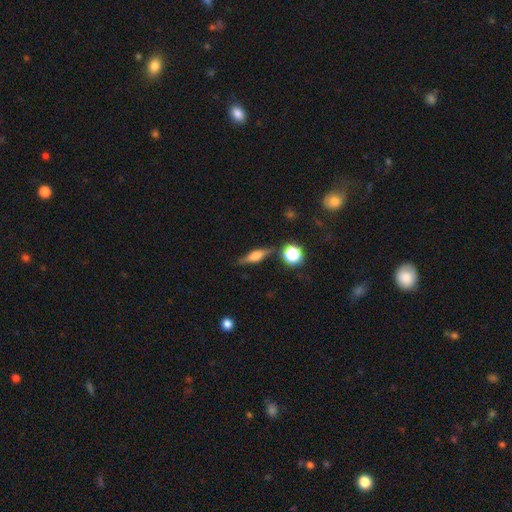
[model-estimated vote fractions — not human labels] featured or disk 56%, smooth 34%, star or artifact 10%. Down the decision tree: edge-on disk — yes (93%); edge-on bulge — rounded (85%); merging — none (80%).